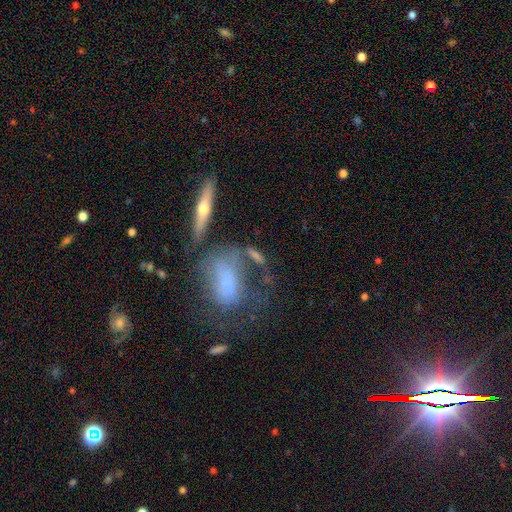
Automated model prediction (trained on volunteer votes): This appears to be a smooth galaxy with no disk features (53%) that is in between round and cigar-shaped (56%). Merging: none (47%).